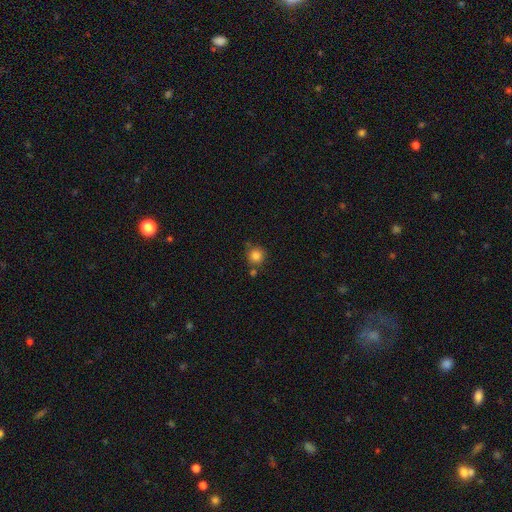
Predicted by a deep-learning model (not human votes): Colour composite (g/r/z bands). It shows a smooth galaxy with no disk features (83%) that is round (93%). Merging: none (76%).